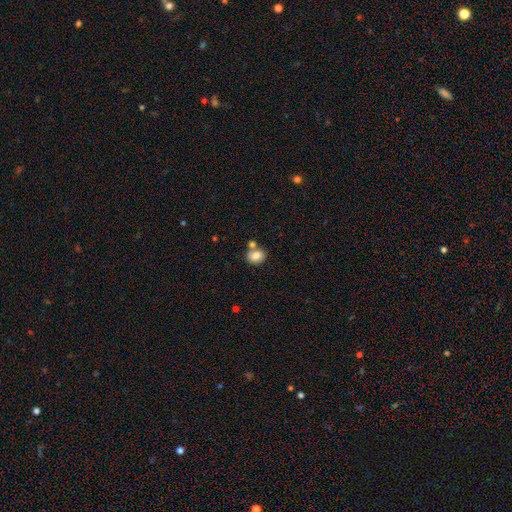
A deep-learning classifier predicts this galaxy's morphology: type=smooth (80%); roundness=round (56%); merging=none (55%).